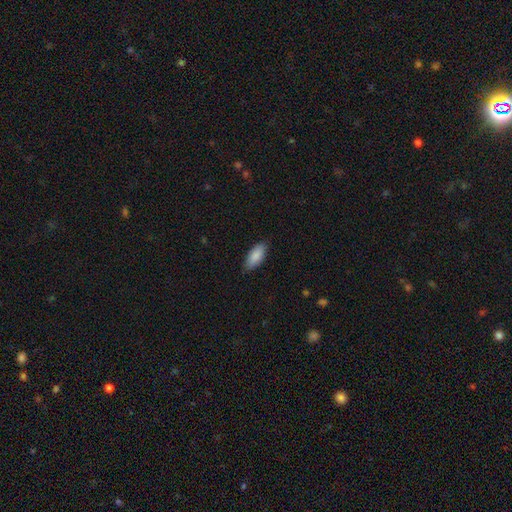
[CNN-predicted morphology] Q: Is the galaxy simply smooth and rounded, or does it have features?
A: smooth — 88%.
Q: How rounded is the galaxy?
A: in between — 86%.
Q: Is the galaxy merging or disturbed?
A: none — 84%.